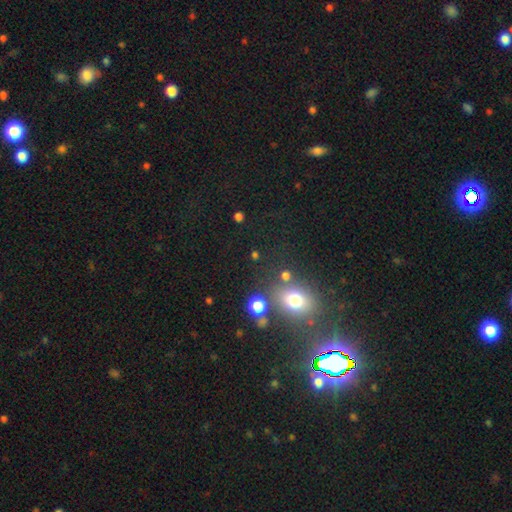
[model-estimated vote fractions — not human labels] smooth_or_featured: smooth (p=0.54) [alt: star or artifact p=0.36]
how_rounded: round (p=0.68) [alt: in between p=0.29]
merging: none (p=0.74) [alt: minor disturbance p=0.11]